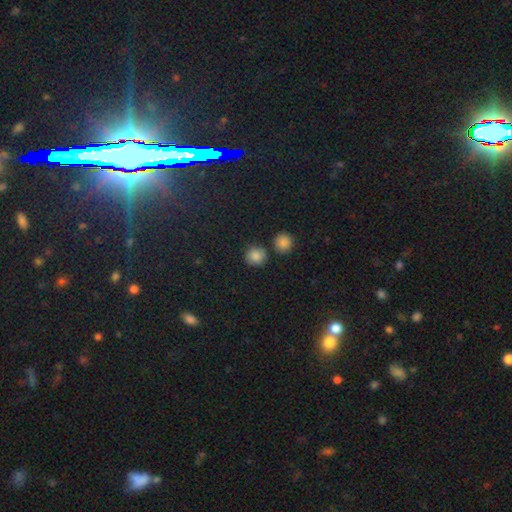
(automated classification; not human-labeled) The model was most divided on "merging": none: 78%, minor disturbance: 10%, merger: 10%, major disturbance: 3%. More confident: how rounded — round (90%); smooth or featured — smooth (84%).